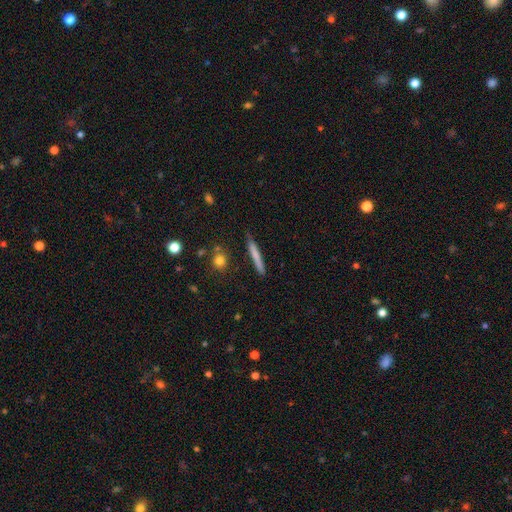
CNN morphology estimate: Overall: smooth (69%). How rounded: cigar-shaped (95%). Merging: none (83%).